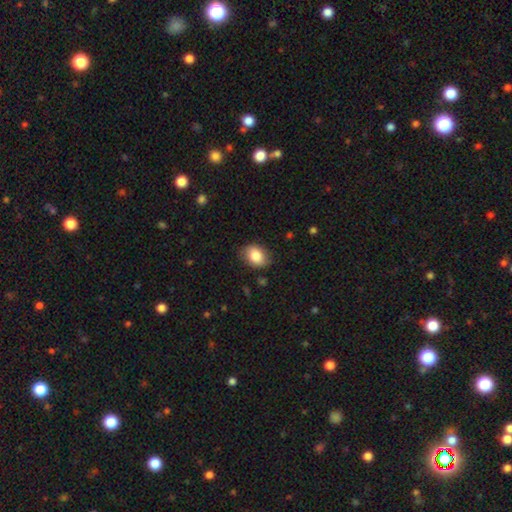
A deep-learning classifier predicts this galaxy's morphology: type=smooth (83%); roundness=in between (74%); merging=none (81%).